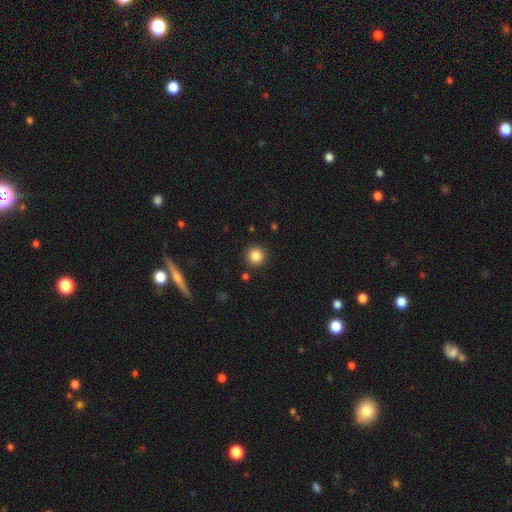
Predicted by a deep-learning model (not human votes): Overall: smooth (85%). How rounded: round (95%). Merging: none (90%).